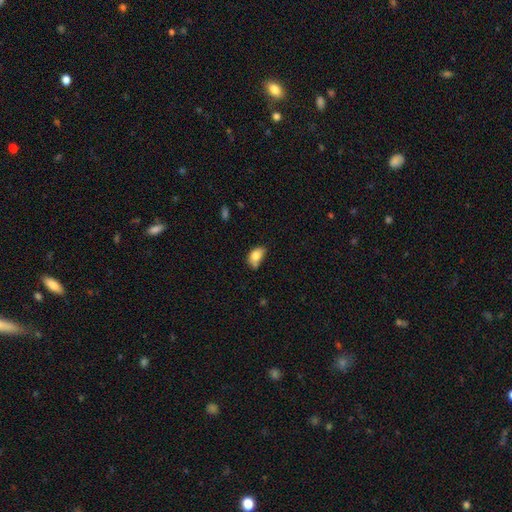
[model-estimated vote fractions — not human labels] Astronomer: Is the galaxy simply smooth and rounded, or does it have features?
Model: smooth — 79%.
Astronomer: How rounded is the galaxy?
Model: in between — 86%.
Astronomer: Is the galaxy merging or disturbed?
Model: none — 39% (runner-up: minor disturbance, 38%).